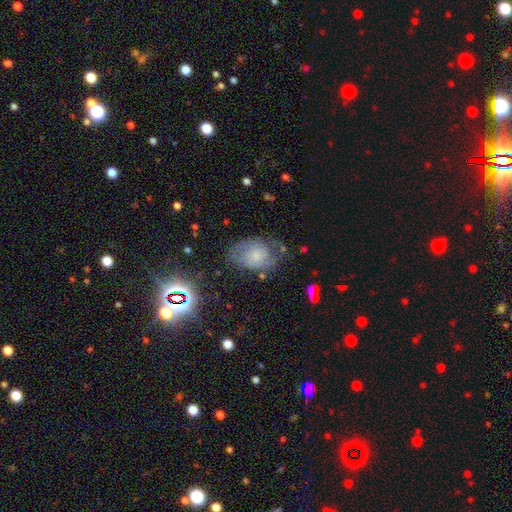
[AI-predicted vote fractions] The model was most divided on "bulge size": small: 53%, moderate: 28%, none: 13%, large: 5%, dominant: 2%. More confident: edge-on disk — no (97%); spiral arms — yes (84%); bar — no (70%); smooth or featured — featured or disk (57%); merging — none (56%).